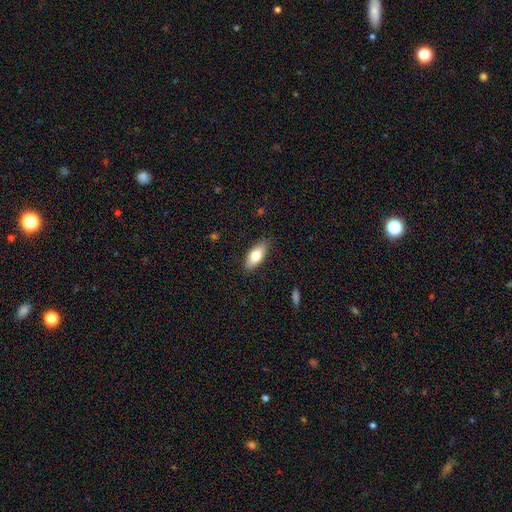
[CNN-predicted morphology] Smooth or featured: smooth — 74% (featured or disk — 20%)
How rounded: in between — 80% (cigar-shaped — 18%)
Merging: none — 86% (minor disturbance — 11%)